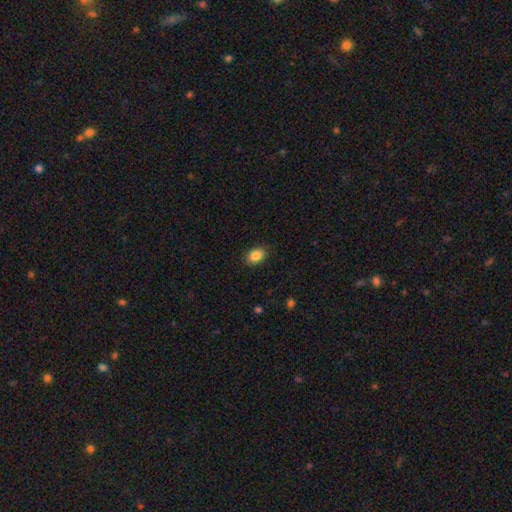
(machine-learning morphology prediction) The model was most divided on "how rounded": in between: 78%, round: 21%, cigar-shaped: 1%. More confident: merging — none (87%); smooth or featured — smooth (87%).